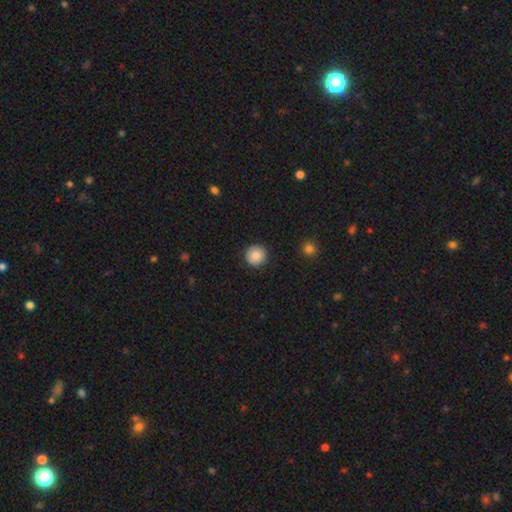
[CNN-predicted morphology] A smooth galaxy with no disk features (84%) that is round (95%). Merging: none (92%).